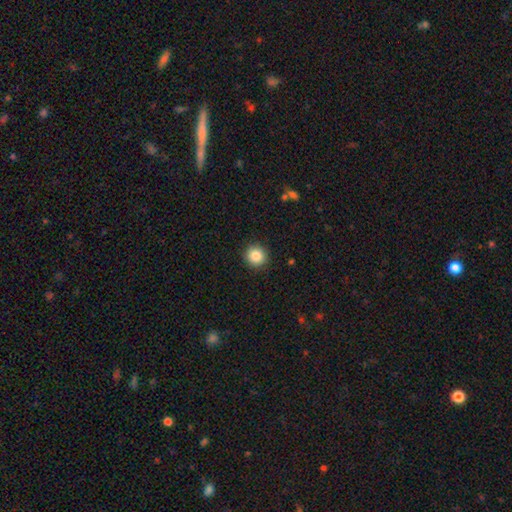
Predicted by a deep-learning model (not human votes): Smooth or featured?
  - smooth: 86% *
  - star or artifact: 9%
  - featured or disk: 5%
How rounded?
  - round: 94% *
  - in between: 5%
  - cigar-shaped: 1%
Merging?
  - none: 92% *
  - minor disturbance: 6%
  - major disturbance: 2%
  - merger: 1%